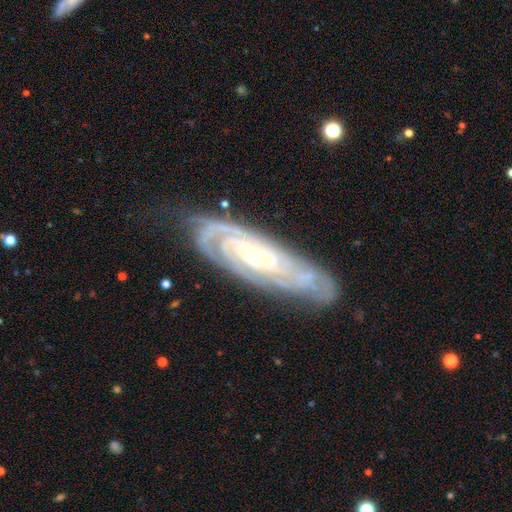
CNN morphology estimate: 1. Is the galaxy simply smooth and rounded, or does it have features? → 89% featured or disk, 6% smooth, 5% star or artifact.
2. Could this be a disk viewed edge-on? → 88% no, 12% yes.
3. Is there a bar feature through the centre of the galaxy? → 65% no, 24% weak, 11% strong.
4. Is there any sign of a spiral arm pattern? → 98% yes, 2% no.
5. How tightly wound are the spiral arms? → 80% tight, 18% medium, 3% loose.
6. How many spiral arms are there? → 31% 2, 26% can't tell, 23% 3, 10% 4, 6% more than 4, 5% 1.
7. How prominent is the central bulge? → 59% small, 37% moderate, 2% large, 1% none, 1% dominant.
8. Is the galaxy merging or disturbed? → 73% none, 19% minor disturbance, 6% major disturbance, 2% merger.